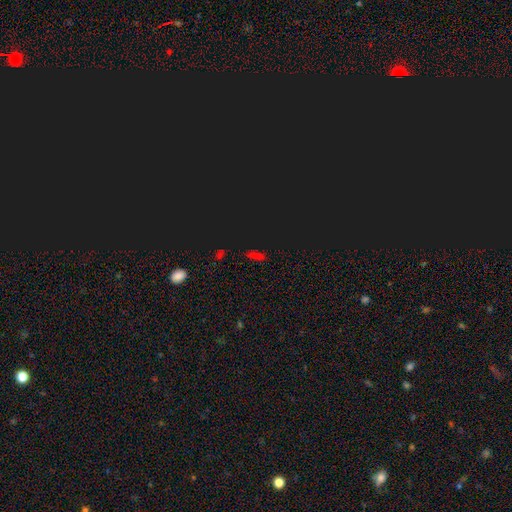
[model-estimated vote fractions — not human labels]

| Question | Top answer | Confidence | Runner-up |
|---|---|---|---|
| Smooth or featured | star or artifact | 50% | smooth (42%) |